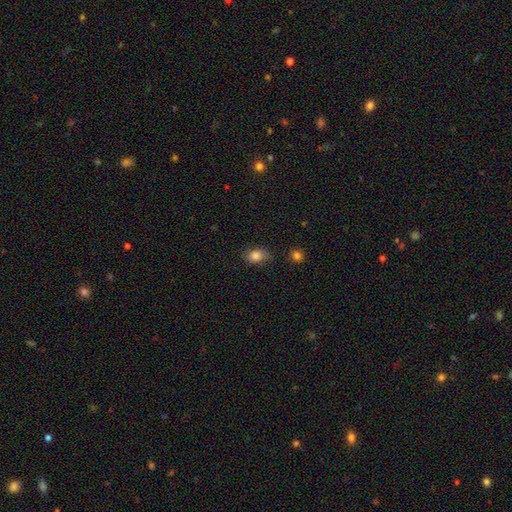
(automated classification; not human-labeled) Q: Smooth or featured?
A: smooth (83%); runner-up: star or artifact (10%)
Q: How rounded?
A: in between (67%); runner-up: round (32%)
Q: Merging?
A: none (78%); runner-up: minor disturbance (17%)